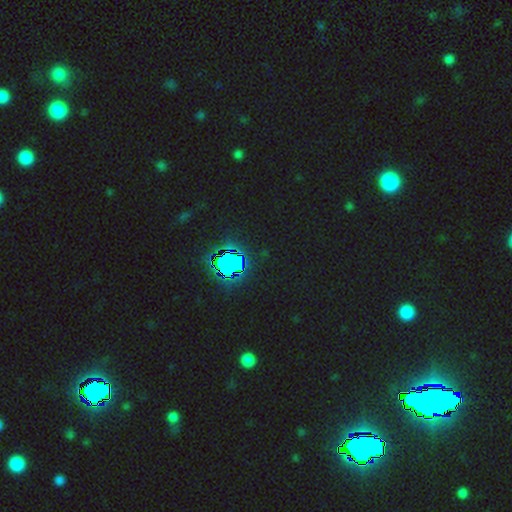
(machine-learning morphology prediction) smooth_or_featured: star or artifact (p=0.81) [alt: smooth p=0.12]